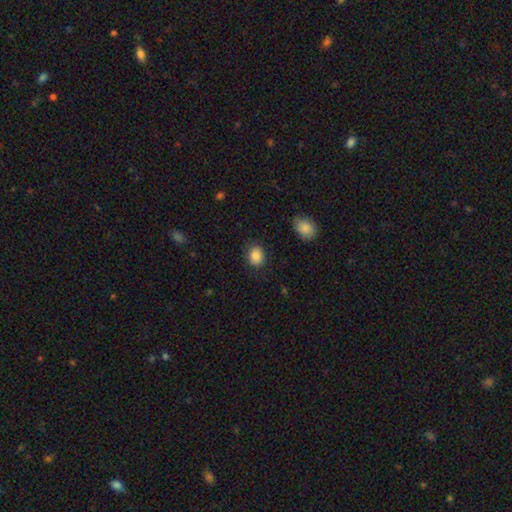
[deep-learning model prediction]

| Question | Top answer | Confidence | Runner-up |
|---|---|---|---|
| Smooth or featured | smooth | 86% | star or artifact (9%) |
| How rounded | round | 56% | in between (43%) |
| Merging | none | 84% | minor disturbance (12%) |